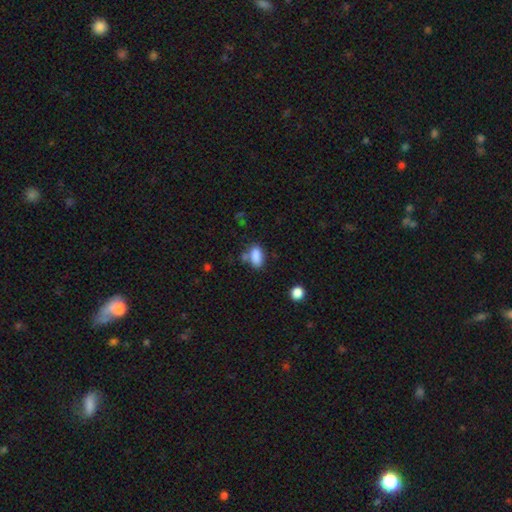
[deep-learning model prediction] A smooth galaxy with no disk features (85%) that is in between round and cigar-shaped (88%). Merging: none (55%).